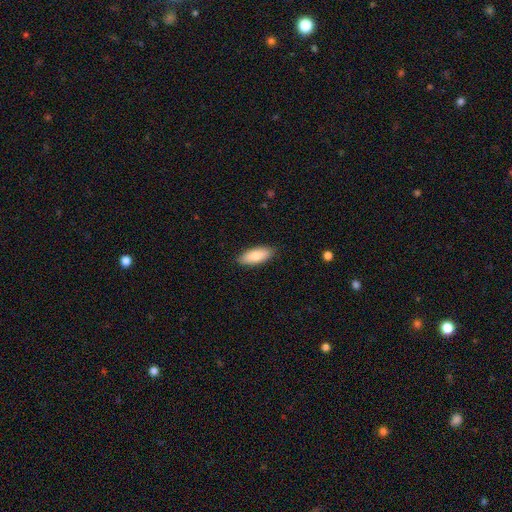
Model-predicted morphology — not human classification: Smooth or featured? Predicted: smooth (p=0.85). How rounded? Predicted: in between (p=0.80). Merging? Predicted: none (p=0.87).